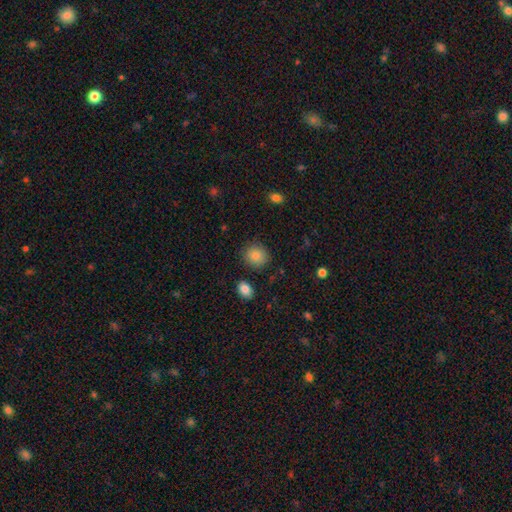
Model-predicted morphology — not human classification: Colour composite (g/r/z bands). It shows a smooth galaxy with no disk features (86%) that is round (81%). Merging: none (85%).